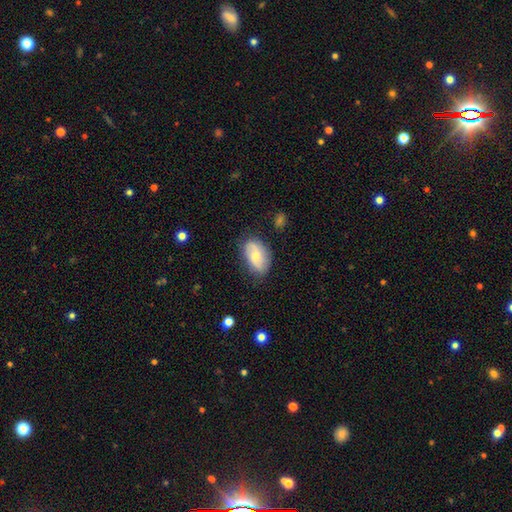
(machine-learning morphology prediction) Q: Smooth or featured?
A: smooth (49%); runner-up: featured or disk (44%)
Q: Merging?
A: none (74%); runner-up: minor disturbance (19%)